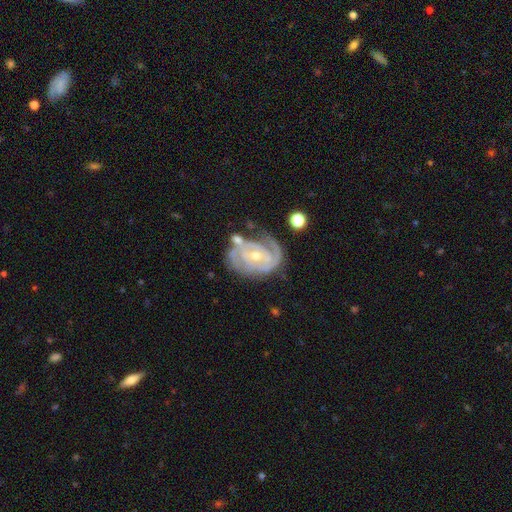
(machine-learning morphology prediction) Smooth or featured: featured or disk — 88% (smooth — 7%)
Edge-on disk: no — 97% (yes — 3%)
Bar: no — 55% (weak — 34%)
Spiral arms: yes — 95% (no — 5%)
Spiral winding: tight — 70% (medium — 25%)
Spiral arm count: 2 — 46% (can't tell — 22%)
Bulge size: small — 51% (moderate — 45%)
Merging: none — 53% (minor disturbance — 23%)